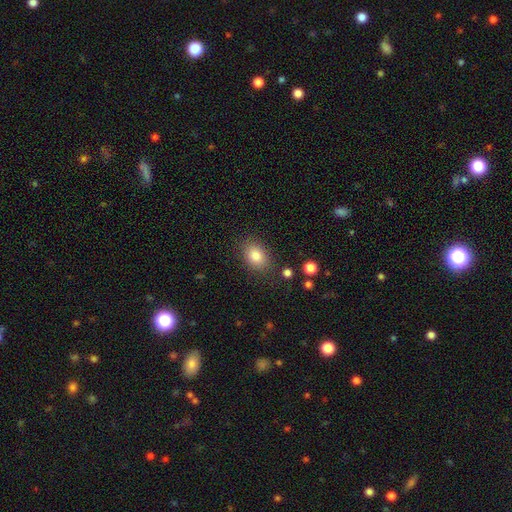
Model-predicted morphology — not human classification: This appears to be a smooth galaxy with no disk features (84%) that is in between round and cigar-shaped (72%). Merging: none (82%).